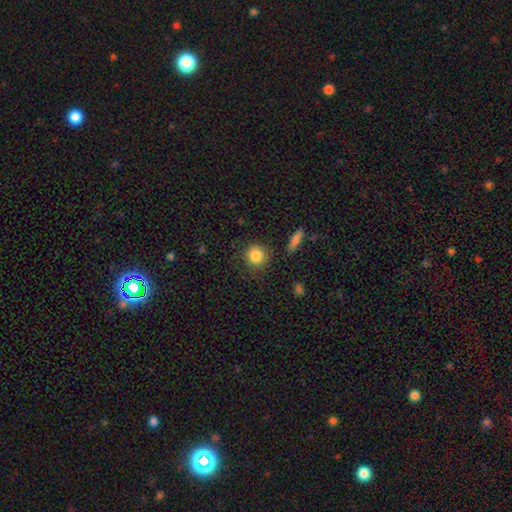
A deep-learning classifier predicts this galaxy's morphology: Smooth or featured? Predicted: smooth (p=0.85). How rounded? Predicted: round (p=0.90). Merging? Predicted: none (p=0.84).